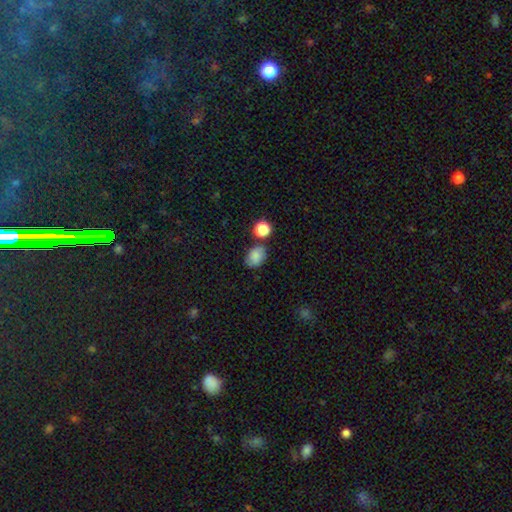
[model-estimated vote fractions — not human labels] This appears to be a smooth galaxy with no disk features (77%) that is in between round and cigar-shaped (66%). Merging: none (71%).